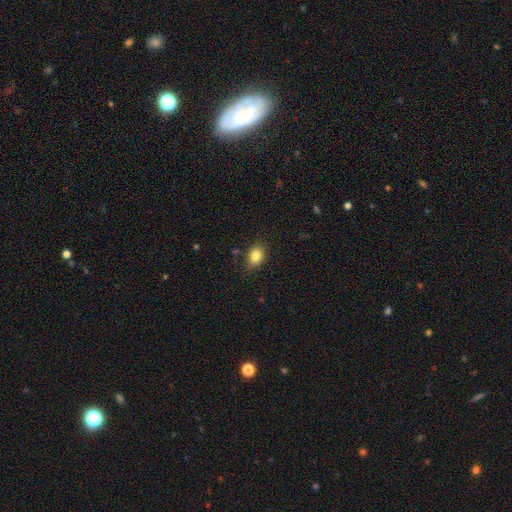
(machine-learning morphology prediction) This appears to be a smooth galaxy with no disk features (83%) that is in between round and cigar-shaped (72%). Merging: none (84%).